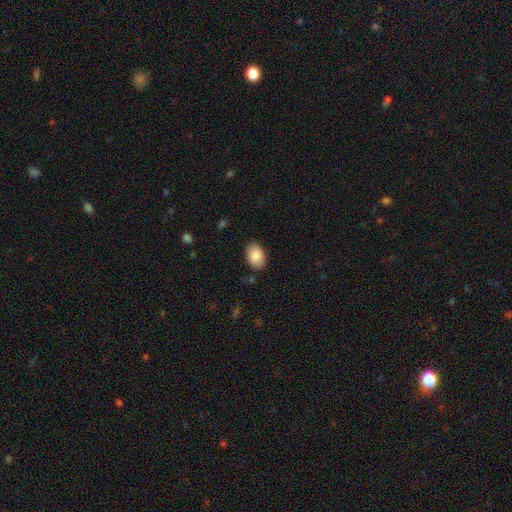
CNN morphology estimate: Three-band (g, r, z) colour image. It shows a smooth galaxy with no disk features (87%) that is in between round and cigar-shaped (88%). Merging: none (87%).